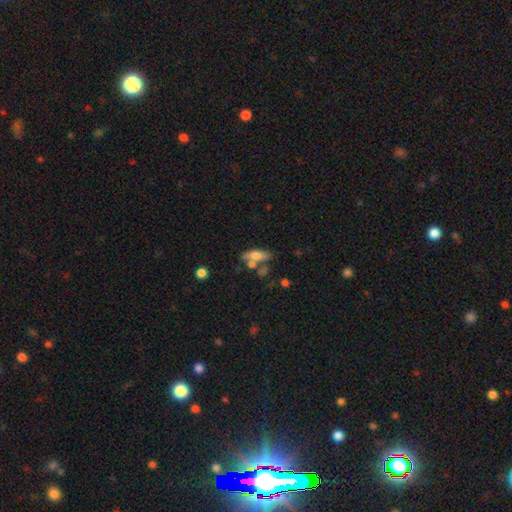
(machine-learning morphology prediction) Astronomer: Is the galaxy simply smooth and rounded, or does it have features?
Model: smooth — 60%.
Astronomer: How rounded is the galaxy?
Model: in between — 58% (runner-up: cigar-shaped, 37%).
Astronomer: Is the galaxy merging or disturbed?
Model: none — 51% (runner-up: merger, 26%).